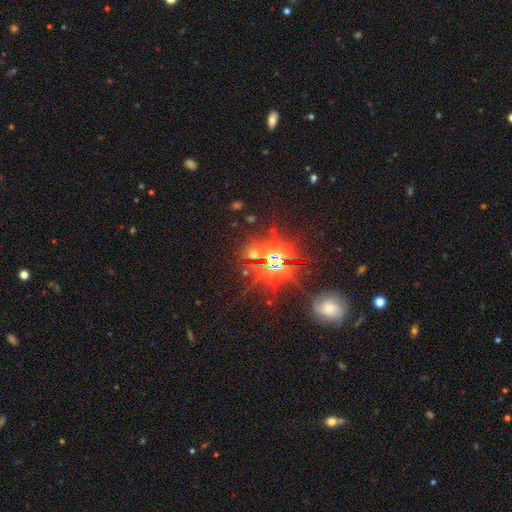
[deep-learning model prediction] smooth_or_featured: star or artifact (p=0.82) [alt: smooth p=0.09]